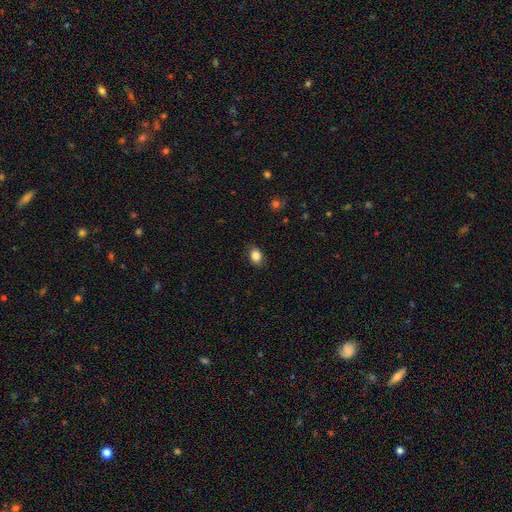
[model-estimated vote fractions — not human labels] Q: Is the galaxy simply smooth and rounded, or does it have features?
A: smooth — 85%.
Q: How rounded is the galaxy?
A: in between — 63%.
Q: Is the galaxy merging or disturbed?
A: none — 82%.